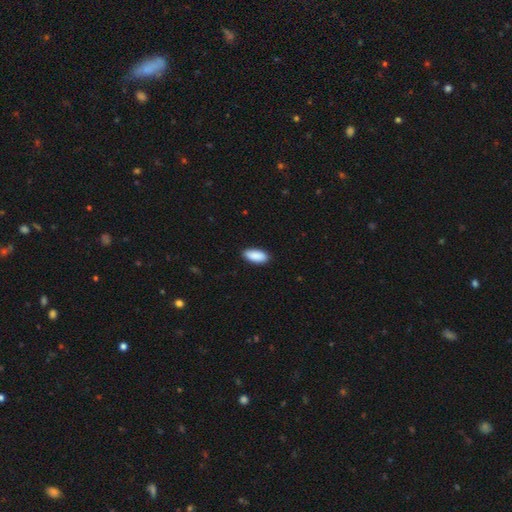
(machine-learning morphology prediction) Q: Smooth or featured?
A: smooth (91%); runner-up: star or artifact (6%)
Q: How rounded?
A: in between (89%); runner-up: cigar-shaped (9%)
Q: Merging?
A: none (89%); runner-up: minor disturbance (9%)